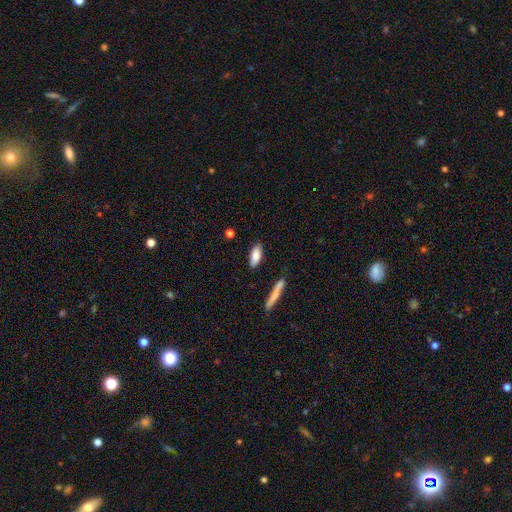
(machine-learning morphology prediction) The model was most divided on "how rounded": in between: 79%, cigar-shaped: 19%, round: 2%. More confident: smooth or featured — smooth (84%); merging — none (83%).